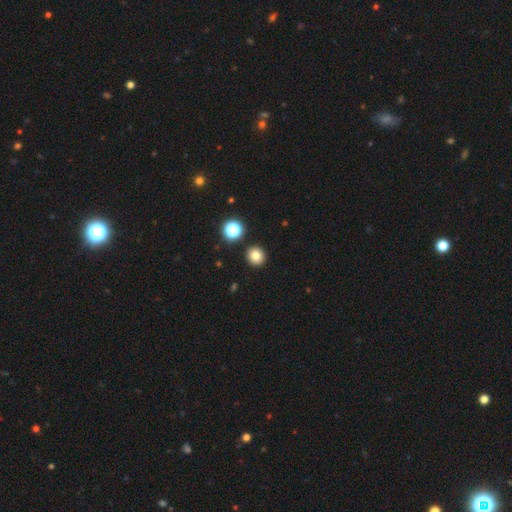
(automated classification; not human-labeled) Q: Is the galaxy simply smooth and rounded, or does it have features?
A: smooth — 80%.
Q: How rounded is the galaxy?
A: round — 91%.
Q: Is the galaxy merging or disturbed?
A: none — 91%.